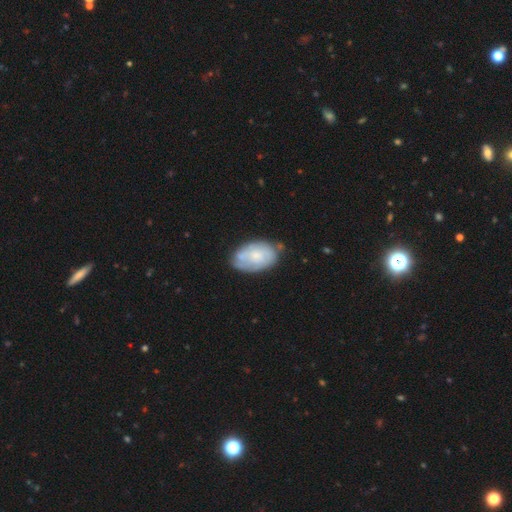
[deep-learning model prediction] Overall: smooth (48%; featured or disk 46%). Merging: none (63%; minor disturbance 26%).